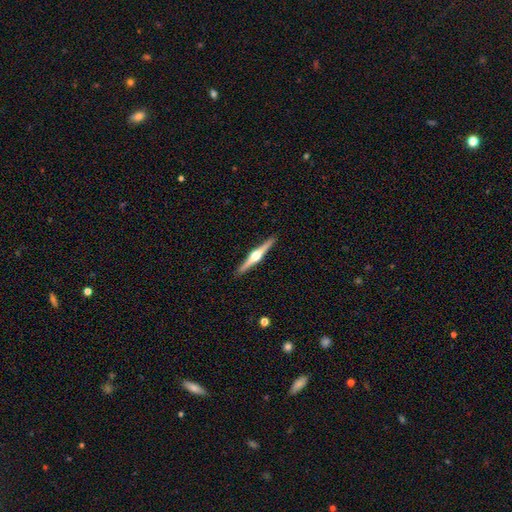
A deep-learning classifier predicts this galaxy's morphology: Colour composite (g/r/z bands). It shows a featured or disk galaxy (82%) viewed edge-on (99%) with a rounded central bulge (96%). Merging: none (92%).